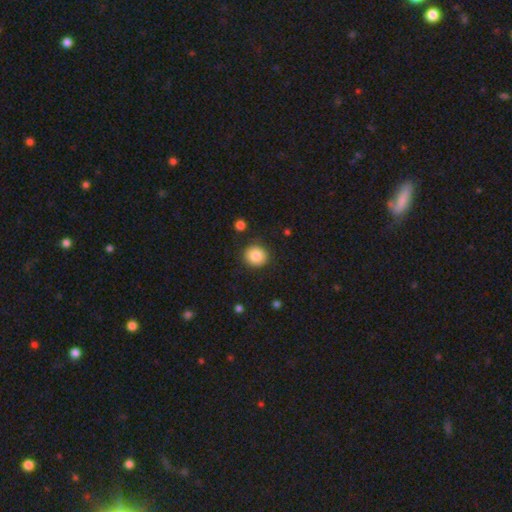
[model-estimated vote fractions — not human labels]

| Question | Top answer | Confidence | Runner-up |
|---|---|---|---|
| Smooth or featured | smooth | 84% | star or artifact (9%) |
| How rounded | round | 86% | in between (13%) |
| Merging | none | 88% | minor disturbance (8%) |